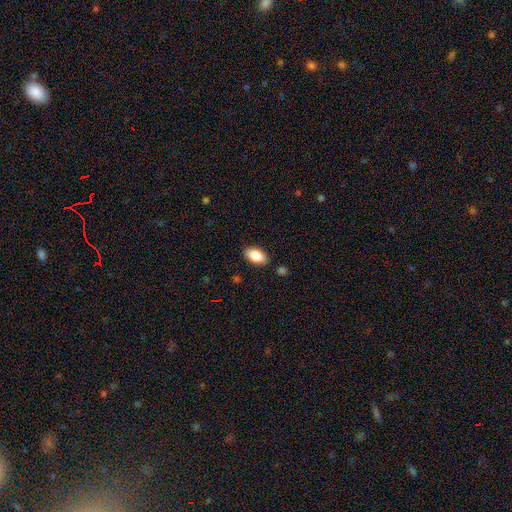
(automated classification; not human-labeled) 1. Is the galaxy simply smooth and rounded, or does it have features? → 84% smooth, 9% featured or disk, 7% star or artifact.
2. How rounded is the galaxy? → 93% in between, 4% round, 3% cigar-shaped.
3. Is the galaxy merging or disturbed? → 87% none, 9% minor disturbance, 2% major disturbance, 2% merger.